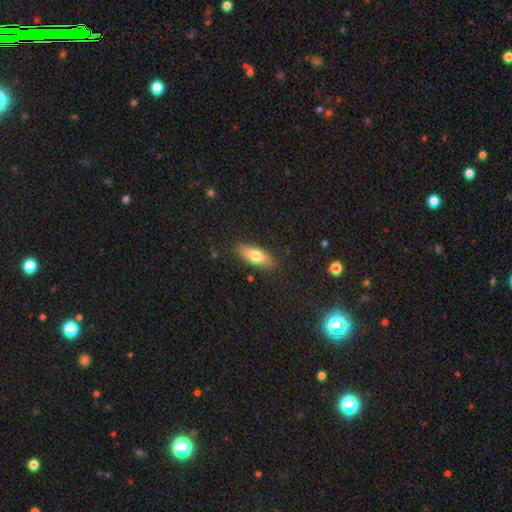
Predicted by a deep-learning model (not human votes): smooth_or_featured: smooth (p=0.71) [alt: featured or disk p=0.22]
how_rounded: in between (p=0.75) [alt: cigar-shaped p=0.22]
merging: none (p=0.86) [alt: minor disturbance p=0.10]